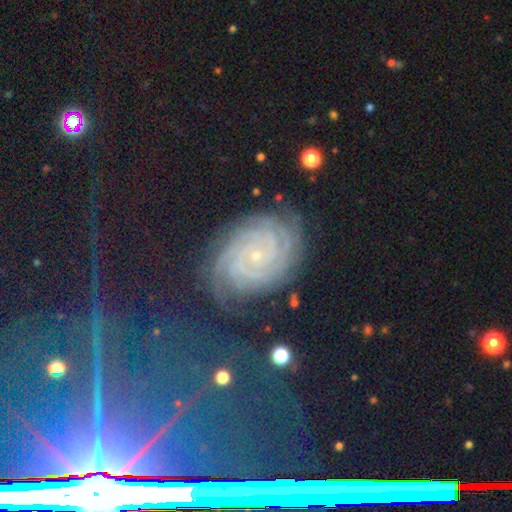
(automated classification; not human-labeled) A featured or disk galaxy (80%) with no bar (76%), more than 4 (22%) tight (87%) spiral arms (98%) and a small central bulge (88%).

Vote fractions:
- Smooth or featured? featured or disk: 80% / star or artifact: 13% / smooth: 7%
- Edge-on disk? no: 97% / yes: 3%
- Bar? no: 76% / weak: 17% / strong: 7%
- Spiral arms? yes: 98% / no: 2%
- Spiral winding? tight: 87% / medium: 11% / loose: 2%
- Spiral arm count? more than 4: 22% / 4: 21% / can't tell: 18% / 3: 15% / 2: 14% / 1: 10%
- Bulge size? small: 88% / moderate: 9% / none: 1% / large: 1% / dominant: 1%
- Merging? none: 82% / minor disturbance: 13% / major disturbance: 4% / merger: 1%